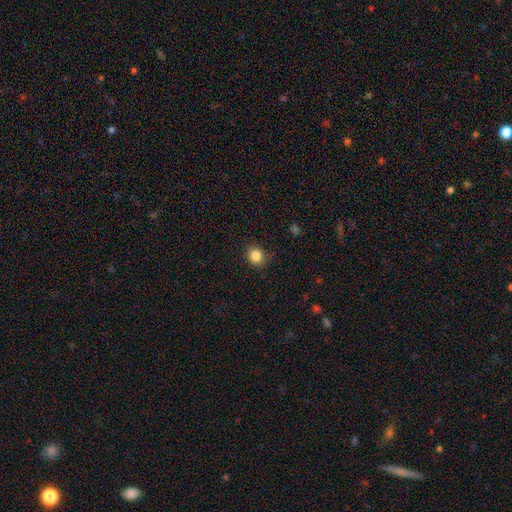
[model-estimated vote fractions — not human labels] This appears to be a smooth galaxy with no disk features (84%) that is round (78%). Merging: none (85%).